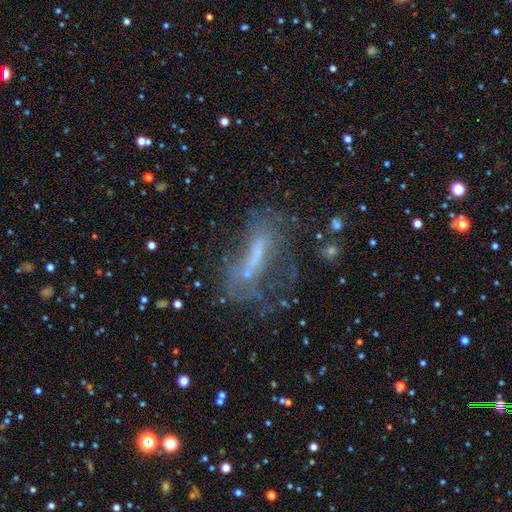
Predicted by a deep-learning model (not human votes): smooth_or_featured: featured or disk (p=0.53) [alt: smooth p=0.30]
disk_edge_on: no (p=0.79) [alt: yes p=0.21]
merging: none (p=0.37) [alt: major disturbance p=0.33]